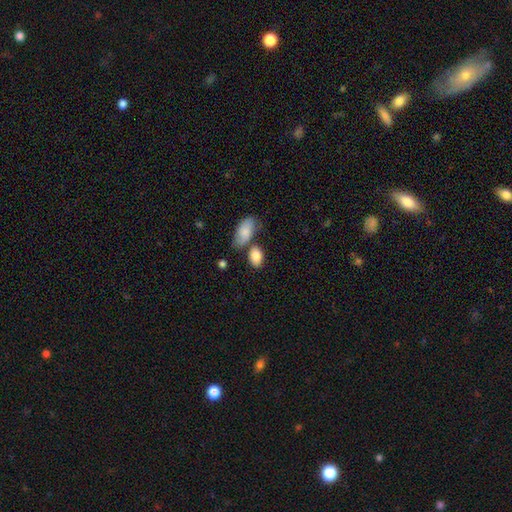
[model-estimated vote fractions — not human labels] smooth_or_featured: smooth (p=0.85) [alt: featured or disk p=0.08]
how_rounded: in between (p=0.86) [alt: round p=0.12]
merging: none (p=0.59) [alt: merger p=0.20]